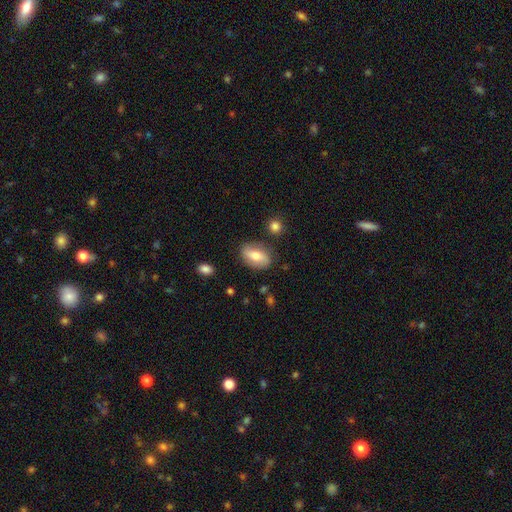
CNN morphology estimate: Smooth or featured: smooth — 61% (featured or disk — 32%)
How rounded: in between — 85% (round — 10%)
Merging: none — 80% (minor disturbance — 14%)